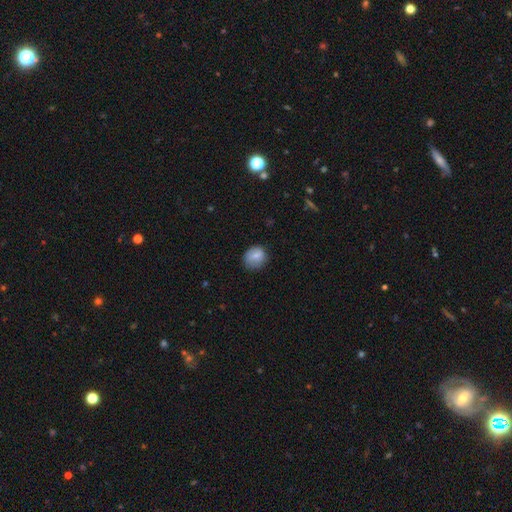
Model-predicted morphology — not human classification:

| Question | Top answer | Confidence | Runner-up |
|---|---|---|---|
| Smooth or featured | smooth | 78% | featured or disk (14%) |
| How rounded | round | 69% | in between (30%) |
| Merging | none | 72% | minor disturbance (21%) |